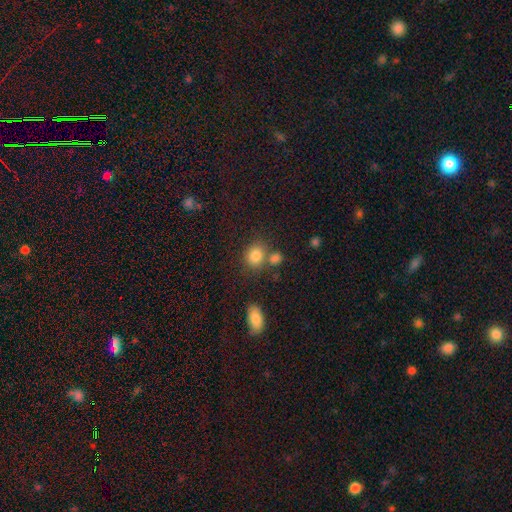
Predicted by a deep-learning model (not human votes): smooth 82%, star or artifact 11%, featured or disk 7%. Down the decision tree: how rounded — round (62%); merging — none (64%).